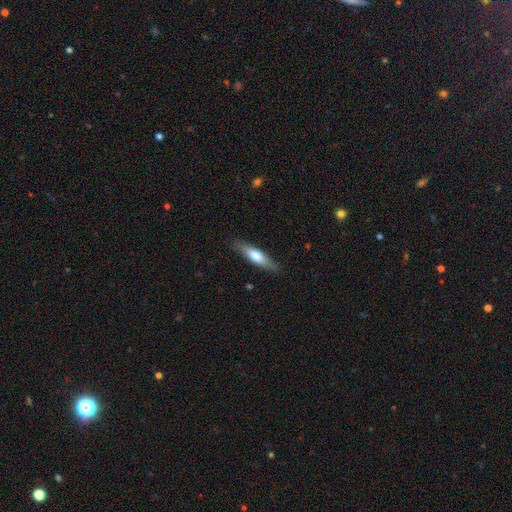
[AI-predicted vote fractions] This is likely a smooth galaxy (61%). How rounded: likely cigar-shaped (73%). Merging: clearly none (86%).